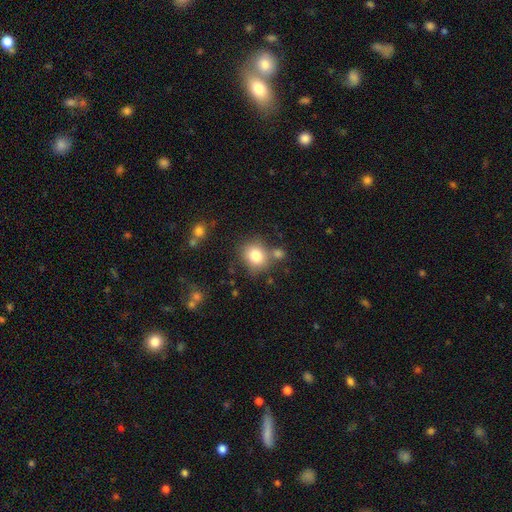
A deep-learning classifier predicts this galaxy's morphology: A smooth galaxy with no disk features (80%) that is round (77%). Merging: none (66%).